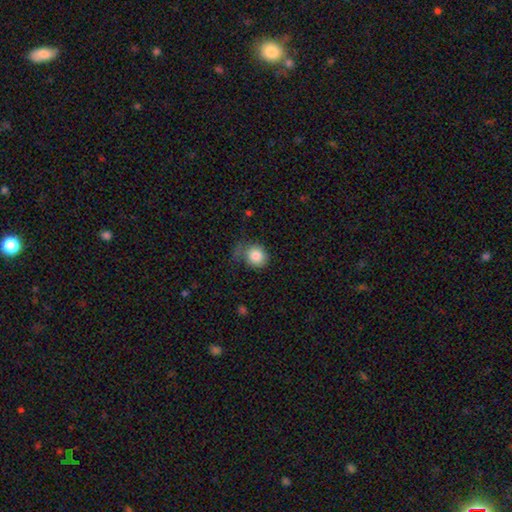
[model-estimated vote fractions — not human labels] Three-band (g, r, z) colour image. It shows a smooth galaxy with no disk features (84%) that is round (79%). Merging: none (57%).